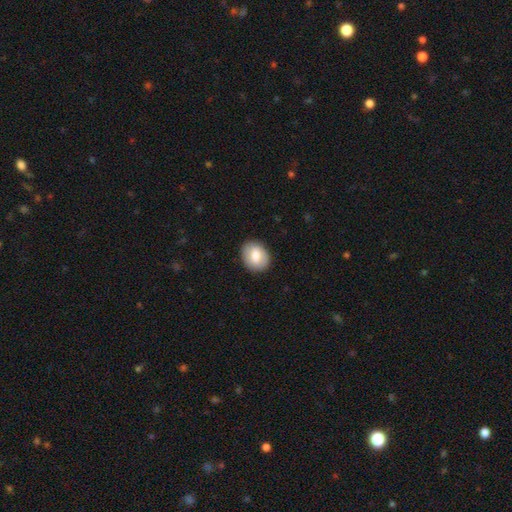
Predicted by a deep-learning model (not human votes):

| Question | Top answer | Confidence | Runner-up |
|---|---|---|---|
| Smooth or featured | smooth | 74% | featured or disk (19%) |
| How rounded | in between | 54% | round (45%) |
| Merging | none | 89% | minor disturbance (8%) |